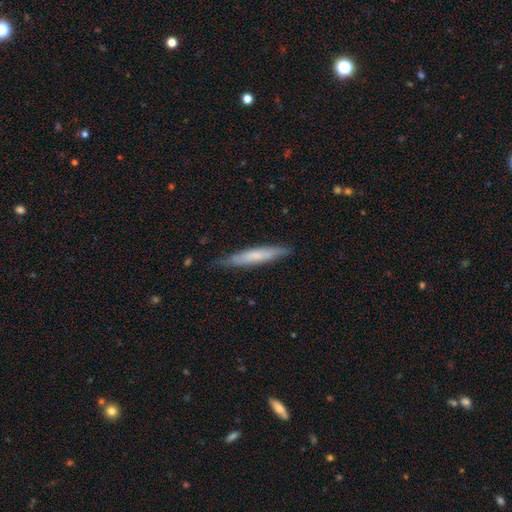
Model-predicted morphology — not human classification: type=smooth (62%); roundness=cigar-shaped (92%); merging=none (80%).